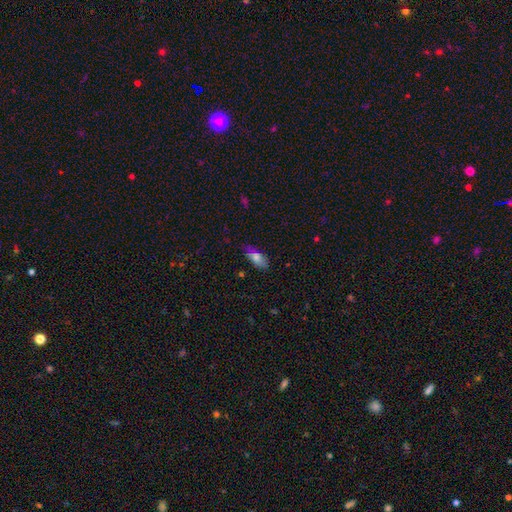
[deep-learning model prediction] Smooth or featured? Predicted: smooth (p=0.68). How rounded? Predicted: in between (p=0.76). Merging? Predicted: none (p=0.74).